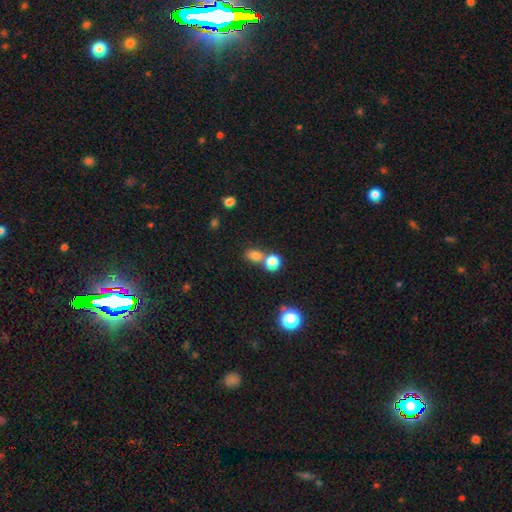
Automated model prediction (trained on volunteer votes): Smooth or featured: smooth — 77% (star or artifact — 16%)
How rounded: round — 59% (in between — 40%)
Merging: none — 51% (merger — 37%)